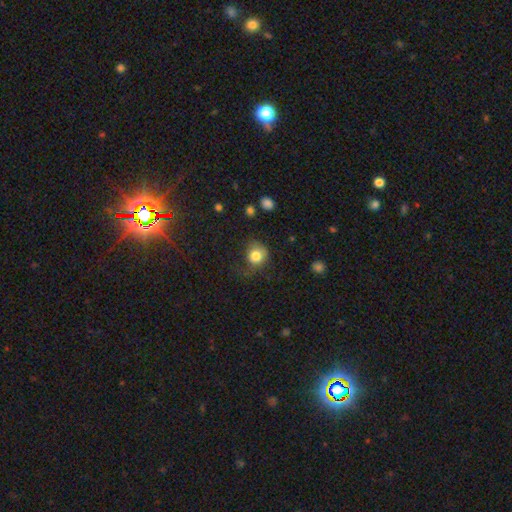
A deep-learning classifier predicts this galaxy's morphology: A smooth galaxy with no disk features (81%) that is round (80%). Merging: none (51%).